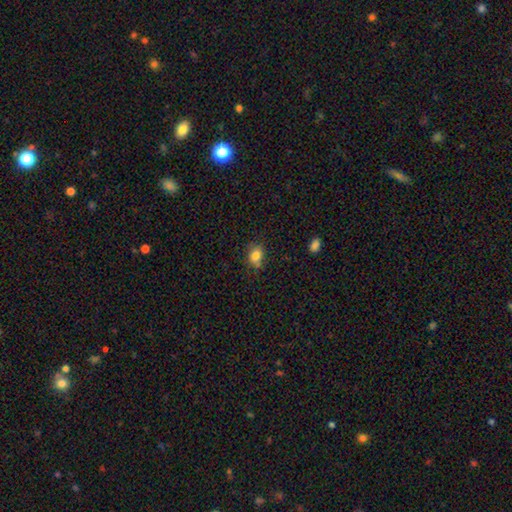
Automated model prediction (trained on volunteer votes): smooth-or-featured: smooth: 81% | star or artifact: 11% | featured or disk: 8%
  how-rounded: in between: 52% | round: 47% | cigar-shaped: 1%
  merging: none: 66% | minor disturbance: 22% | merger: 6% | major disturbance: 5%